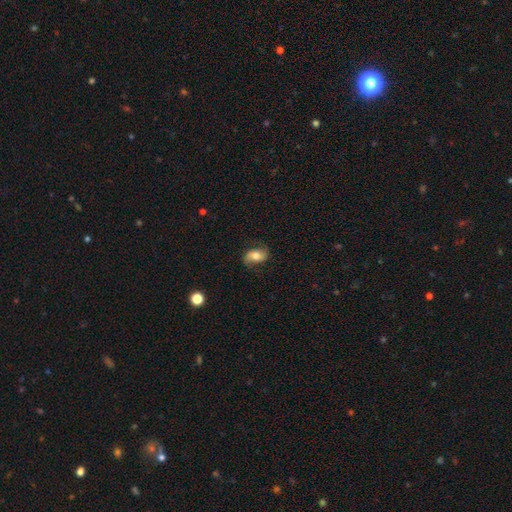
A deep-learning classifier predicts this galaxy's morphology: Smooth or featured? Predicted: smooth (p=0.46). Merging? Predicted: none (p=0.71).